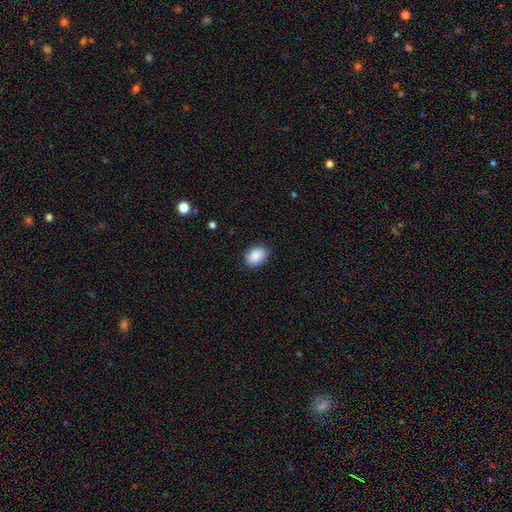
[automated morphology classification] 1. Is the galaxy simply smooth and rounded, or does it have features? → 89% smooth, 7% star or artifact, 4% featured or disk.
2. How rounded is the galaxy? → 79% in between, 20% round, 1% cigar-shaped.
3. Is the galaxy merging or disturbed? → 86% none, 11% minor disturbance, 2% major disturbance, 1% merger.